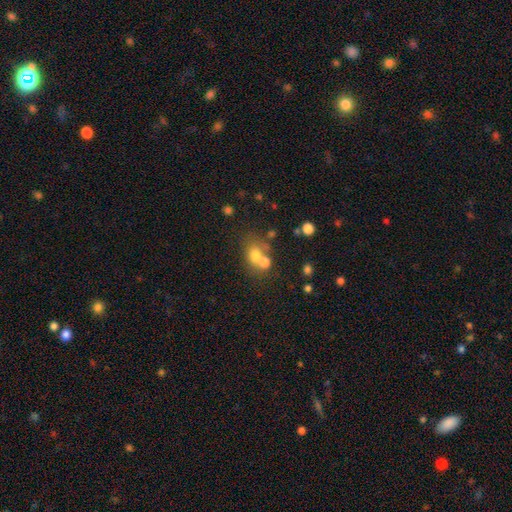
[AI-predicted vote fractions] smooth-or-featured: smooth: 69% | featured or disk: 16% | star or artifact: 15%
  how-rounded: round: 58% | in between: 41% | cigar-shaped: 1%
  merging: merger: 47% | none: 38% | minor disturbance: 10% | major disturbance: 6%